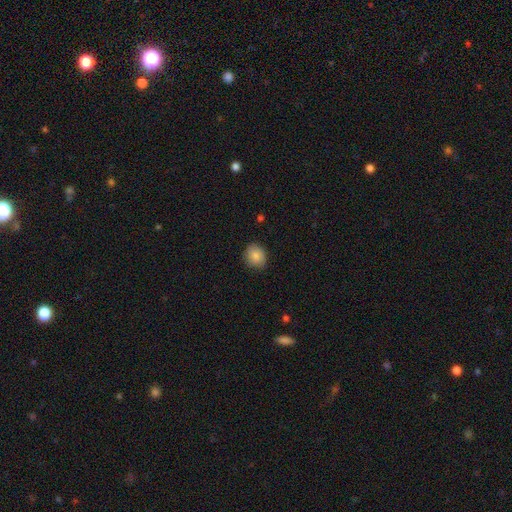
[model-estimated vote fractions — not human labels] smooth_or_featured: smooth (p=0.85) [alt: star or artifact p=0.08]
how_rounded: round (p=0.75) [alt: in between p=0.24]
merging: none (p=0.85) [alt: minor disturbance p=0.12]